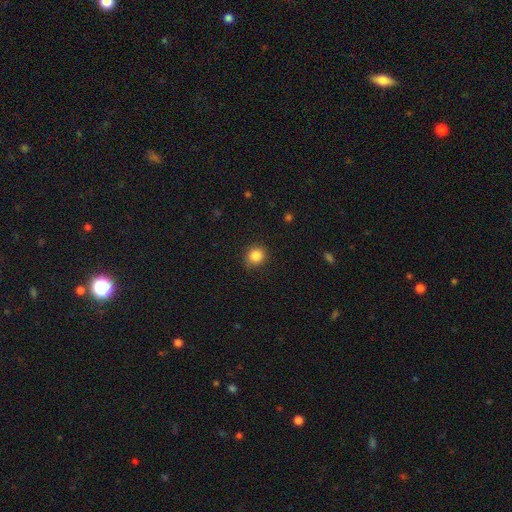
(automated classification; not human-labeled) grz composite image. It shows a smooth galaxy with no disk features (85%) that is round (88%). Merging: none (85%).